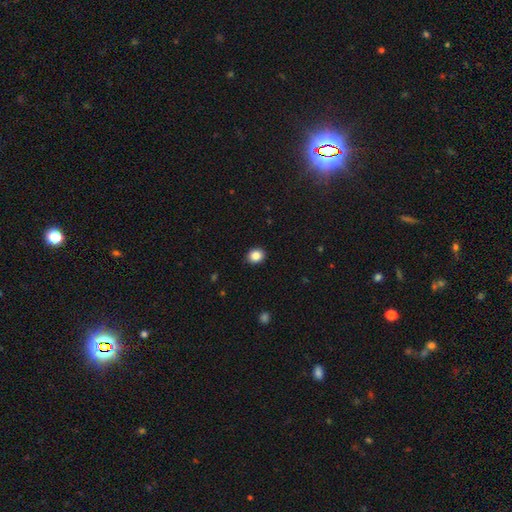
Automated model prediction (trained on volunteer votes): A smooth galaxy with no disk features (86%) that is round (69%).

Vote fractions:
- Smooth or featured? smooth: 86% / star or artifact: 10% / featured or disk: 4%
- How rounded? round: 69% / in between: 30% / cigar-shaped: 1%
- Merging? none: 90% / minor disturbance: 7% / major disturbance: 2% / merger: 1%